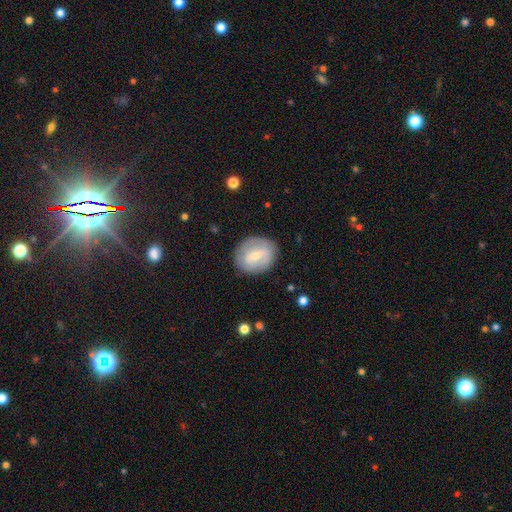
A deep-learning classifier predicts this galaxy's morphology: smooth-or-featured: featured or disk: 49% | smooth: 45% | star or artifact: 6%
  merging: none: 81% | minor disturbance: 13% | major disturbance: 5% | merger: 1%